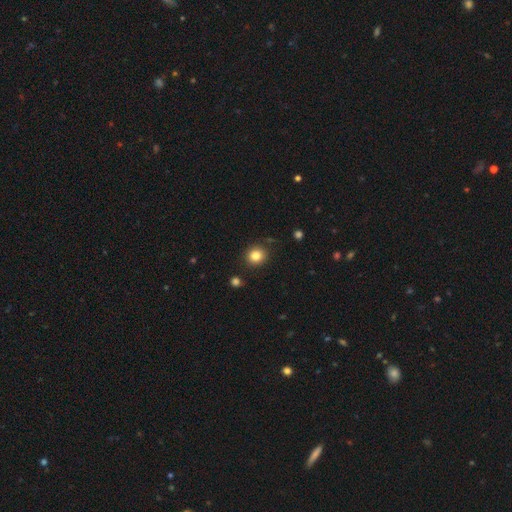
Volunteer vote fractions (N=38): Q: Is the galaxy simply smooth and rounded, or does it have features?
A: smooth — 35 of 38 (92%).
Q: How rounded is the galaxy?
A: round — 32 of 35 (91%).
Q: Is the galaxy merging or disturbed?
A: none — 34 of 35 (97%).